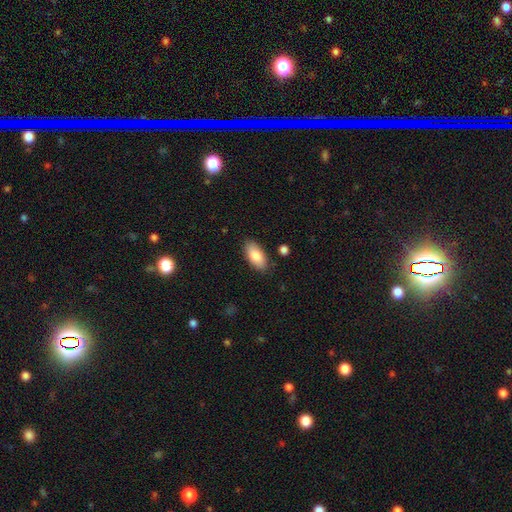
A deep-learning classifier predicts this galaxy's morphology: Q: Smooth or featured?
A: smooth (85%); runner-up: featured or disk (9%)
Q: How rounded?
A: in between (91%); runner-up: cigar-shaped (7%)
Q: Merging?
A: none (85%); runner-up: minor disturbance (11%)